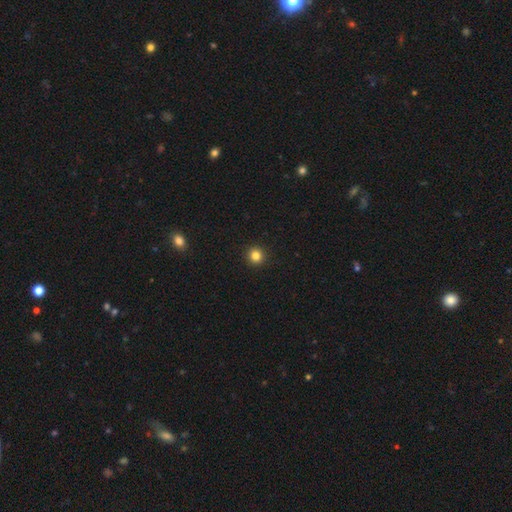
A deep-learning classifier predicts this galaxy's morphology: smooth_or_featured: smooth (p=0.83) [alt: star or artifact p=0.13]
how_rounded: round (p=0.95) [alt: in between p=0.04]
merging: none (p=0.94) [alt: minor disturbance p=0.04]